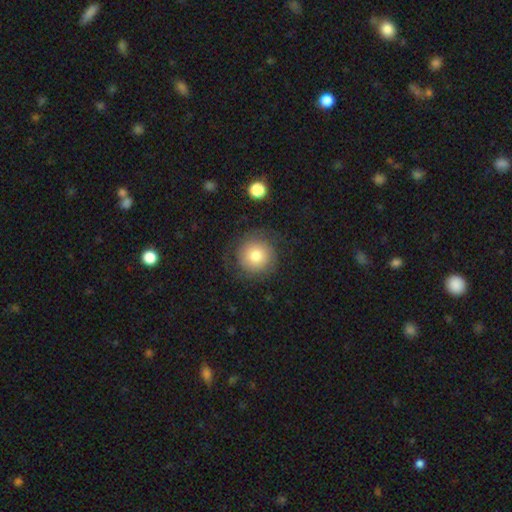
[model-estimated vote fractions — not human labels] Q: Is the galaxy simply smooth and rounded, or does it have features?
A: smooth — 64%.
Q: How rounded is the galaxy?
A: round — 93%.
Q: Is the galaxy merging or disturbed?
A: none — 75%.